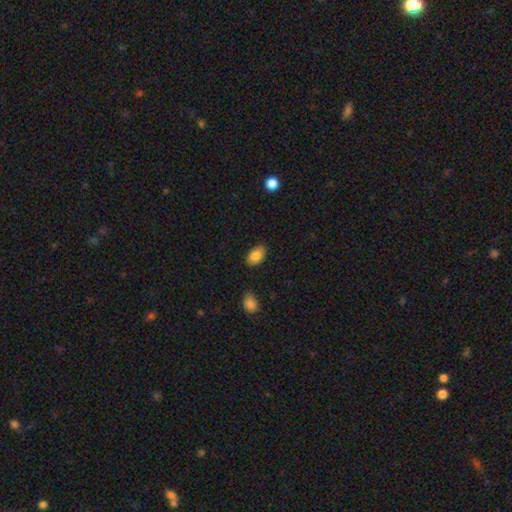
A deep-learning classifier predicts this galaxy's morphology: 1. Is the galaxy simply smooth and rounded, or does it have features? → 84% smooth, 9% featured or disk, 7% star or artifact.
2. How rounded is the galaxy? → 91% in between, 8% round, 1% cigar-shaped.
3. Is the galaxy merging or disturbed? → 86% none, 11% minor disturbance, 2% major disturbance, 2% merger.